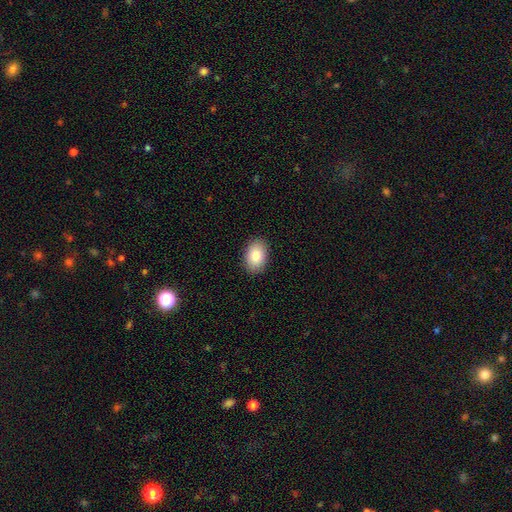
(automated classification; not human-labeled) Morphology: type=smooth (84%); roundness=in between (86%); merging=none (89%).